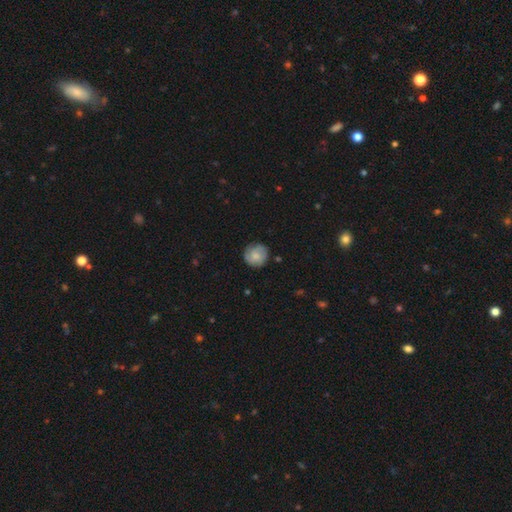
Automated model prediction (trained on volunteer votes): smooth_or_featured: smooth (p=0.67) [alt: featured or disk p=0.26]
how_rounded: round (p=0.91) [alt: in between p=0.08]
merging: none (p=0.80) [alt: minor disturbance p=0.16]